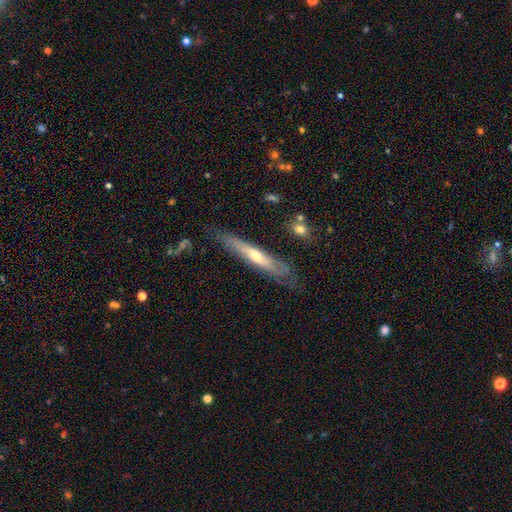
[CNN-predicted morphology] This appears to be a featured or disk galaxy (64%) viewed edge-on (77%). Merging: none (73%).